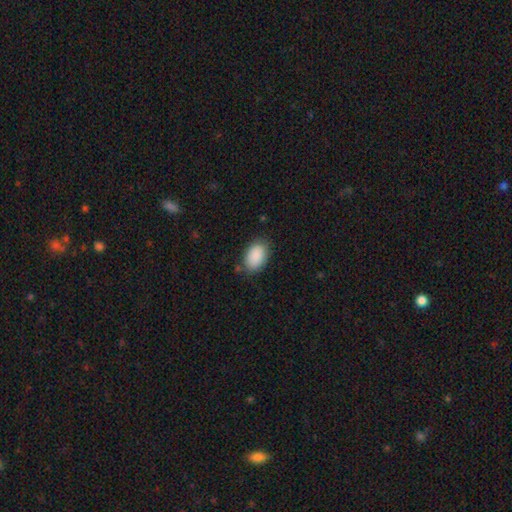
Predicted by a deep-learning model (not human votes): smooth 90%, star or artifact 7%, featured or disk 3%. Down the decision tree: how rounded — in between (90%); merging — none (80%).